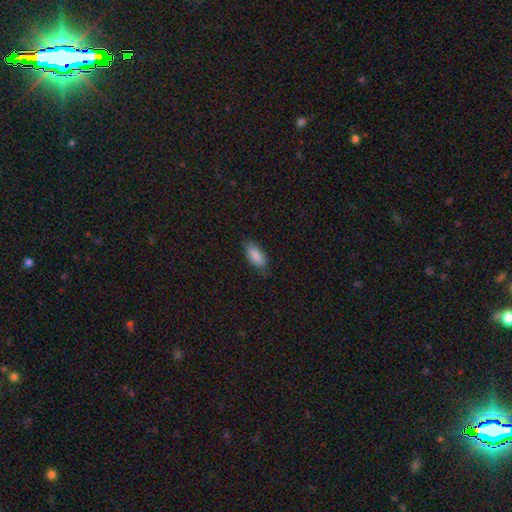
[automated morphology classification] smooth-or-featured: smooth: 87% | featured or disk: 7% | star or artifact: 6%
  how-rounded: in between: 83% | cigar-shaped: 15% | round: 2%
  merging: none: 76% | minor disturbance: 19% | major disturbance: 4% | merger: 1%